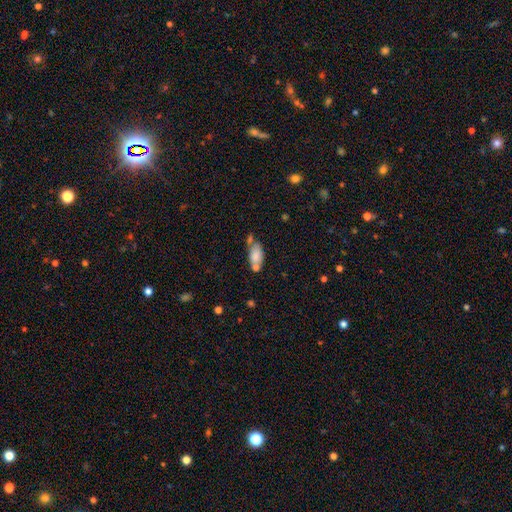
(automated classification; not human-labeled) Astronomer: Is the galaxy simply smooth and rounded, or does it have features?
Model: smooth — 78%.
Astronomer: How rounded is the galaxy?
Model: in between — 90%.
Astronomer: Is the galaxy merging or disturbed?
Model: none — 44% (runner-up: merger, 30%).